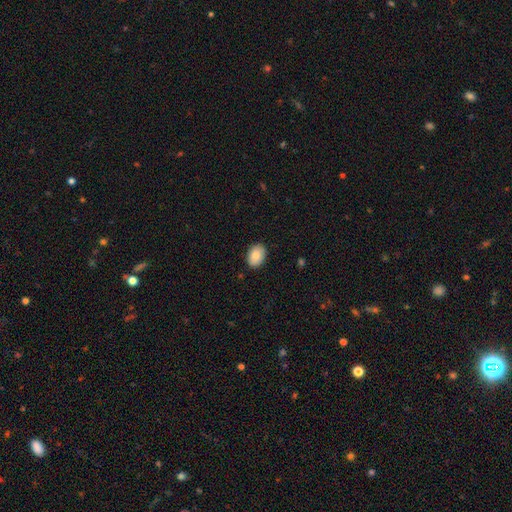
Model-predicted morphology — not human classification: Smooth or featured?
  - smooth: 87% *
  - star or artifact: 7%
  - featured or disk: 6%
How rounded?
  - in between: 81% *
  - round: 18%
  - cigar-shaped: 1%
Merging?
  - none: 88% *
  - minor disturbance: 9%
  - major disturbance: 2%
  - merger: 1%